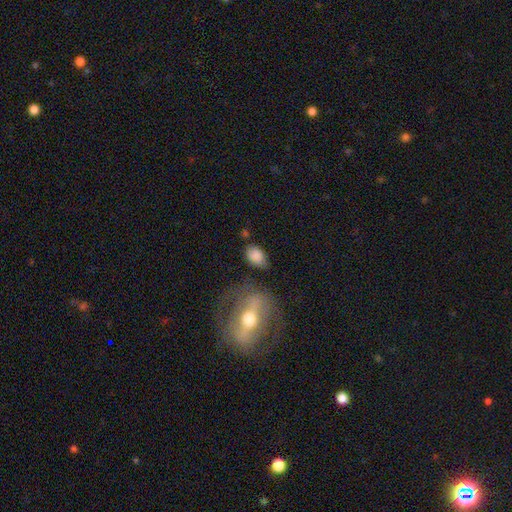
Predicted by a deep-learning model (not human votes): Smooth or featured: smooth — 83% (featured or disk — 9%)
How rounded: in between — 84% (round — 14%)
Merging: none — 64% (minor disturbance — 21%)